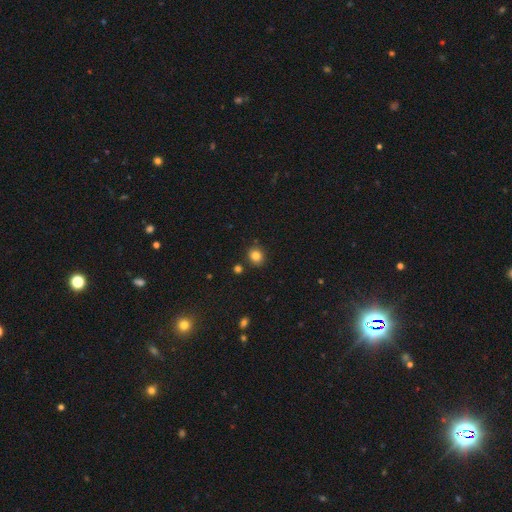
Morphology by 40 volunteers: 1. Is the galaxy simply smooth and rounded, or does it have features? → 88% smooth, 8% featured or disk, 5% star or artifact.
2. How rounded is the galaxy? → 80% round, 20% in between, 0% cigar-shaped.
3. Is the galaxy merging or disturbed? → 82% none, 16% minor disturbance, 3% merger, 0% major disturbance.